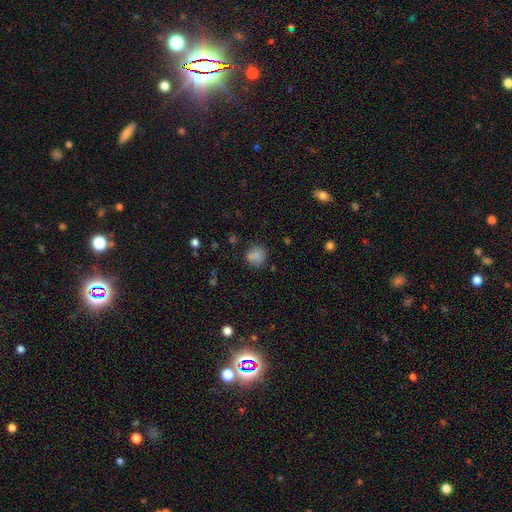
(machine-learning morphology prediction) Smooth or featured?
  - smooth: 82% *
  - star or artifact: 12%
  - featured or disk: 7%
How rounded?
  - round: 84% *
  - in between: 15%
  - cigar-shaped: 1%
Merging?
  - none: 77% *
  - minor disturbance: 14%
  - major disturbance: 4%
  - merger: 4%